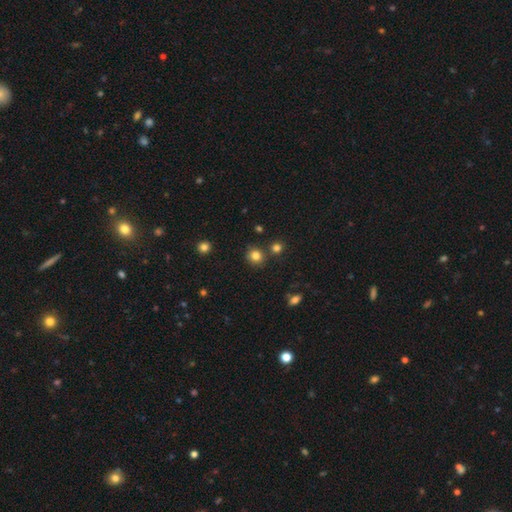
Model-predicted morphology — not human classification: This is clearly a smooth galaxy (81%). How rounded: clearly round (86%). Merging: likely none (80%).